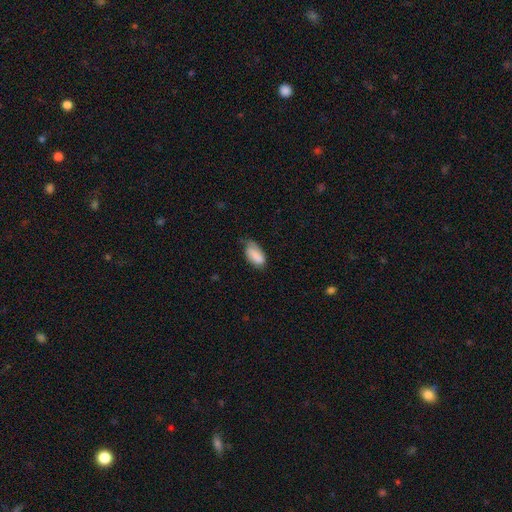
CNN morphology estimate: type=smooth (84%); roundness=in between (92%); merging=none (44%).